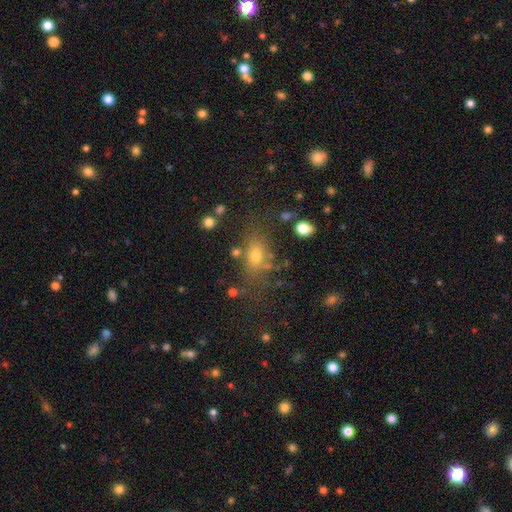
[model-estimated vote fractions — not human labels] smooth-or-featured: smooth: 68% | star or artifact: 18% | featured or disk: 14%
  how-rounded: in between: 71% | round: 22% | cigar-shaped: 7%
  merging: none: 68% | minor disturbance: 17% | major disturbance: 8% | merger: 7%